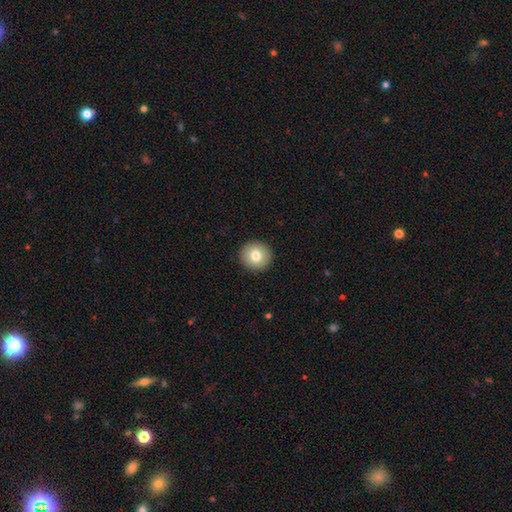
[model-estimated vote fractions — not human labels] The model was most divided on "smooth or featured": smooth: 79%, featured or disk: 12%, star or artifact: 9%. More confident: how rounded — round (94%); merging — none (93%).